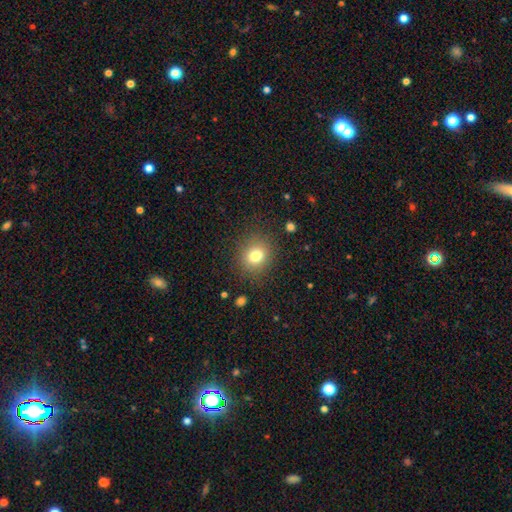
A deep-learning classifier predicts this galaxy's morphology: Smooth or featured? Predicted: smooth (p=0.78). How rounded? Predicted: round (p=0.76). Merging? Predicted: none (p=0.87).